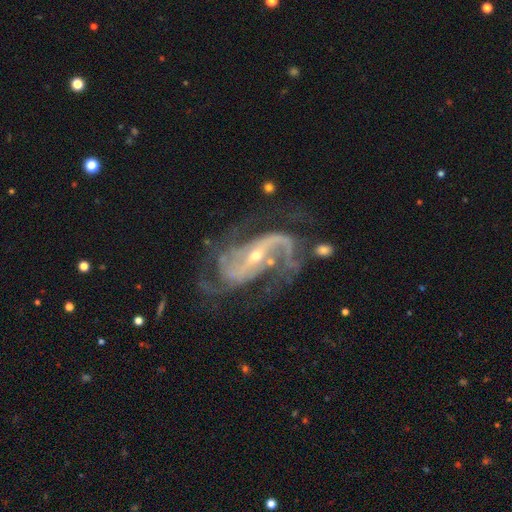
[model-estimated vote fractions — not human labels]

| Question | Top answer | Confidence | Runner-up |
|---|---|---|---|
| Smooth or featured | featured or disk | 90% | star or artifact (6%) |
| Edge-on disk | no | 96% | yes (4%) |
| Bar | strong | 47% | weak (32%) |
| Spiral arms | yes | 96% | no (4%) |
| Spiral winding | medium | 46% | loose (35%) |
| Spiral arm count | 2 | 64% | 3 (12%) |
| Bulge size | small | 68% | moderate (29%) |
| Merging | none | 51% | major disturbance (25%) |